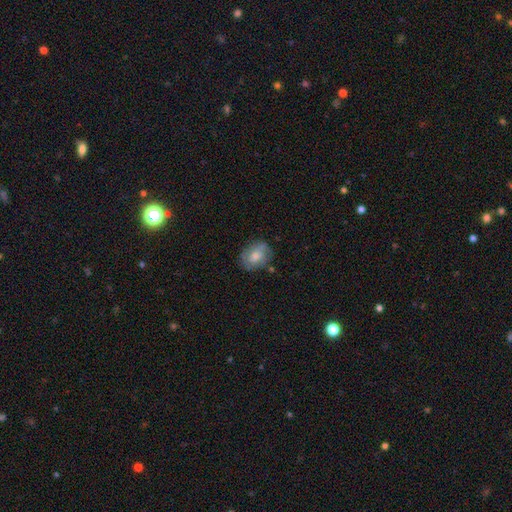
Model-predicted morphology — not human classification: type=smooth (63%); roundness=in between (66%); merging=none (66%).